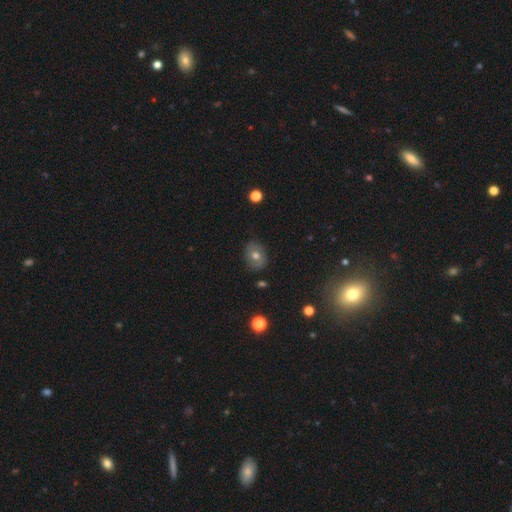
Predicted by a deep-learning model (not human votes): Smooth or featured?
  - smooth: 61% *
  - featured or disk: 26%
  - star or artifact: 13%
How rounded?
  - in between: 51% *
  - round: 48%
  - cigar-shaped: 1%
Merging?
  - none: 83% *
  - minor disturbance: 13%
  - major disturbance: 3%
  - merger: 2%